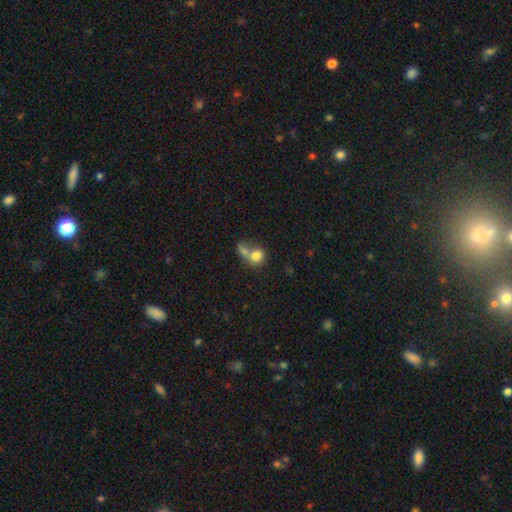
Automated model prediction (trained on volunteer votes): This is likely a smooth galaxy (76%). How rounded: likely round (71%). Merging: possibly merger (54%).